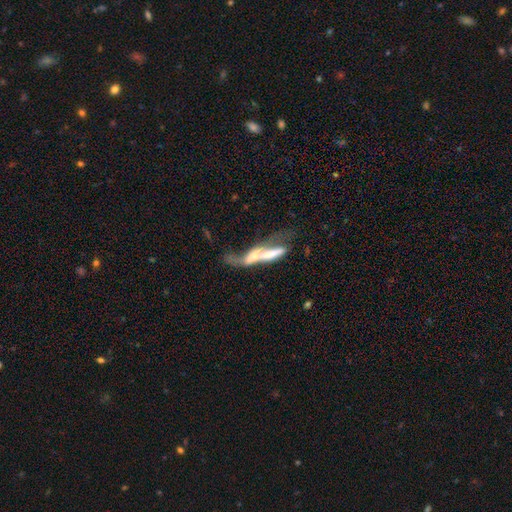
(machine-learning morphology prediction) A featured or disk galaxy (52%) viewed edge-on (60%).

Vote fractions:
- Smooth or featured? featured or disk: 52% / smooth: 35% / star or artifact: 12%
- Edge-on disk? yes: 60% / no: 40%
- Merging? merger: 43% / none: 26% / major disturbance: 17% / minor disturbance: 14%